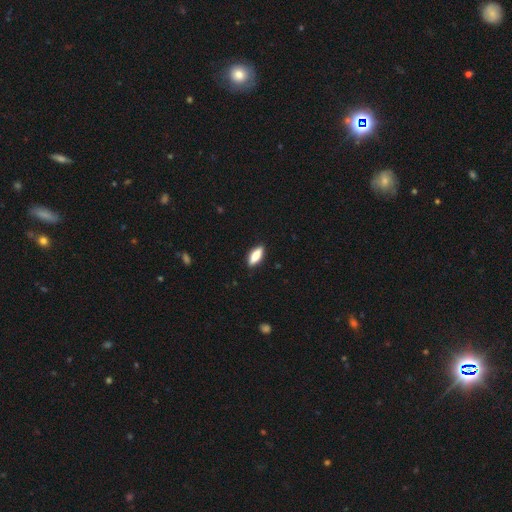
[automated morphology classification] Smooth or featured? smooth (77%)
How rounded? in between (68%)
Merging? none (88%)